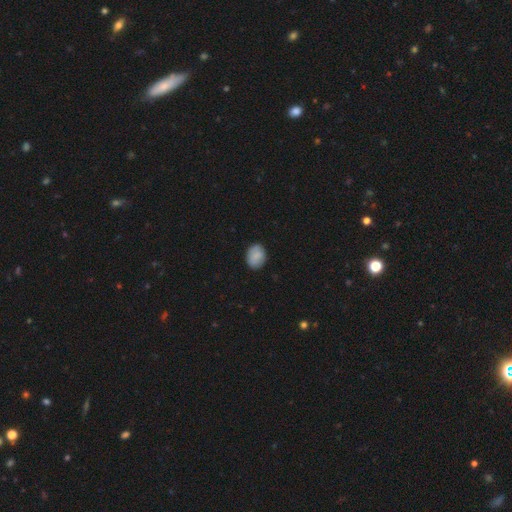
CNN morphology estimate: smooth 83%, featured or disk 10%, star or artifact 7%. Down the decision tree: how rounded — in between (57%); merging — none (86%).